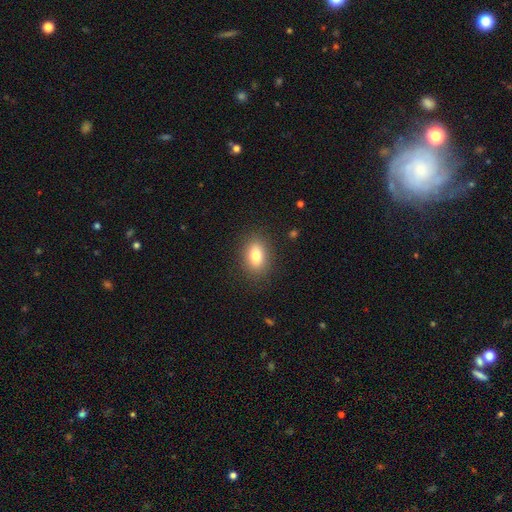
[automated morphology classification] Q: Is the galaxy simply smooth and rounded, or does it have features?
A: smooth — 80%.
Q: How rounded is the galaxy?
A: in between — 81%.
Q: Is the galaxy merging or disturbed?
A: none — 87%.